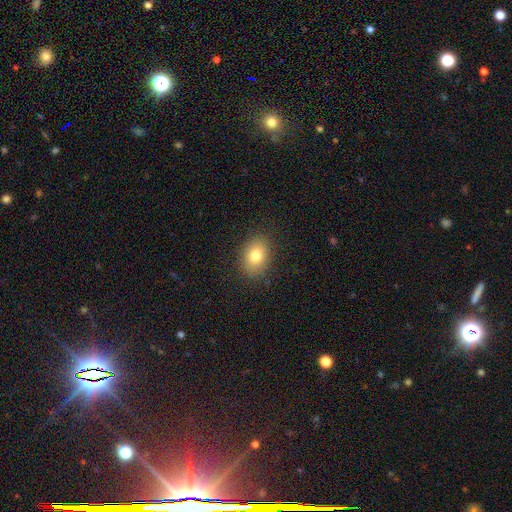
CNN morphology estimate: Smooth or featured? Predicted: smooth (p=0.78). How rounded? Predicted: in between (p=0.69). Merging? Predicted: none (p=0.86).